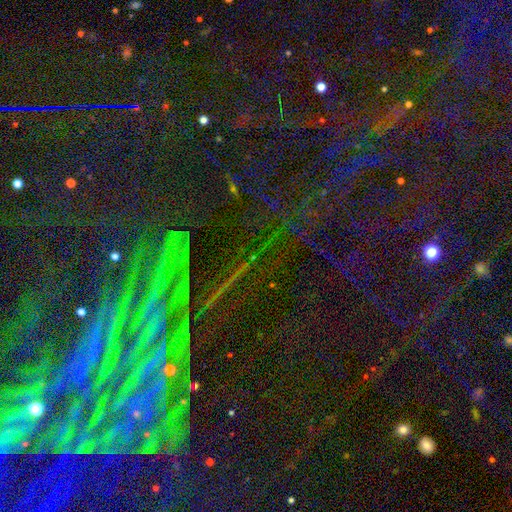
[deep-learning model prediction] This is clearly a star or artifact rather than a galaxy (83%).